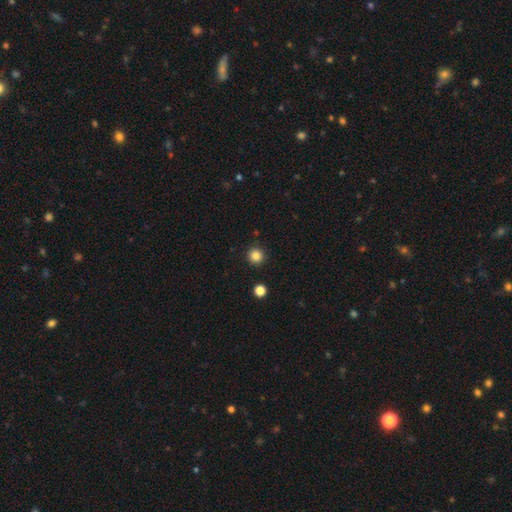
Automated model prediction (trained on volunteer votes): Q: Smooth or featured?
A: smooth (85%); runner-up: star or artifact (11%)
Q: How rounded?
A: round (95%); runner-up: in between (4%)
Q: Merging?
A: none (92%); runner-up: minor disturbance (5%)